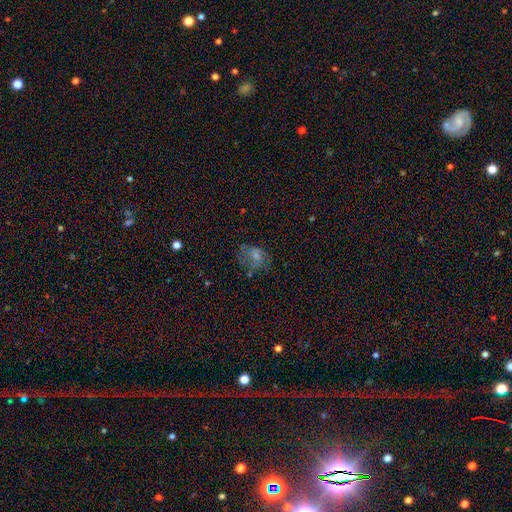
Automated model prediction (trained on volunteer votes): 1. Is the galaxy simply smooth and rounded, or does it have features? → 54% smooth, 30% featured or disk, 16% star or artifact.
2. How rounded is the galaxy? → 63% in between, 36% round, 1% cigar-shaped.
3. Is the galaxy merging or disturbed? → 43% none, 28% major disturbance, 25% minor disturbance, 5% merger.